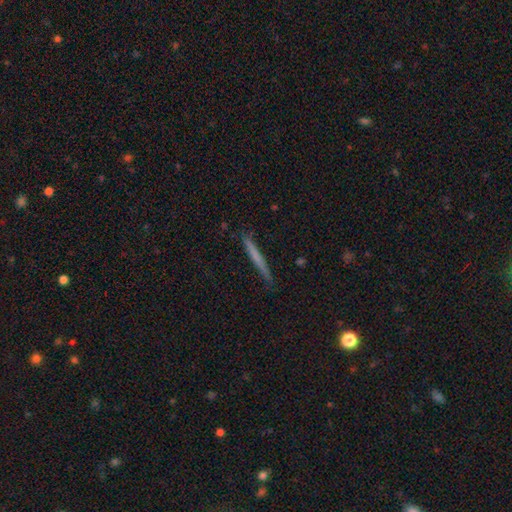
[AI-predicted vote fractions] Morphology: type=smooth (57%); roundness=cigar-shaped (97%); merging=none (89%).